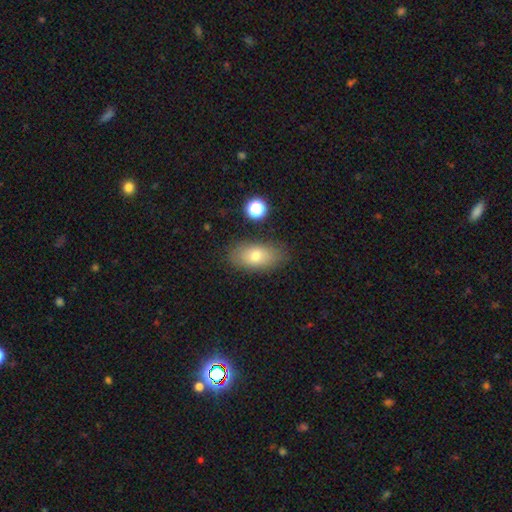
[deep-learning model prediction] smooth-or-featured: smooth: 74% | featured or disk: 17% | star or artifact: 9%
  how-rounded: in between: 89% | round: 7% | cigar-shaped: 5%
  merging: none: 81% | minor disturbance: 13% | major disturbance: 3% | merger: 2%